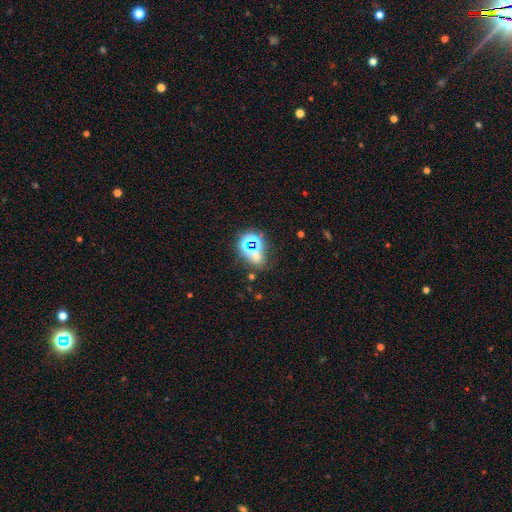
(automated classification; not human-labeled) Q: Smooth or featured?
A: star or artifact (55%); runner-up: smooth (34%)